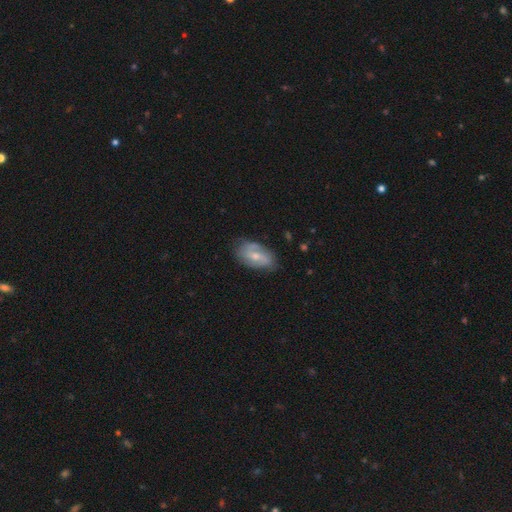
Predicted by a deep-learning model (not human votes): Smooth or featured? Predicted: featured or disk (p=0.68). Edge-on disk? Predicted: no (p=0.95). Bar? Predicted: weak (p=0.49). Spiral arms? Predicted: yes (p=0.86). Spiral winding? Predicted: medium (p=0.42). Spiral arm count? Predicted: 2 (p=0.75). Bulge size? Predicted: moderate (p=0.52). Merging? Predicted: none (p=0.71).